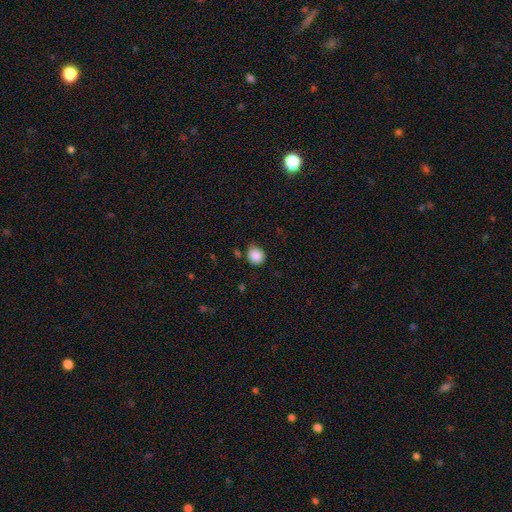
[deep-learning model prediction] Overall: smooth (87%). How rounded: round (74%). Merging: none (66%).